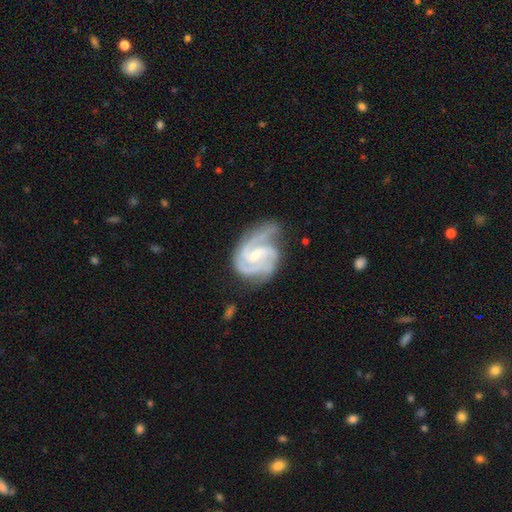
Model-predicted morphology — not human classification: Smooth or featured? Predicted: featured or disk (p=0.91). Edge-on disk? Predicted: no (p=0.98). Bar? Predicted: weak (p=0.51). Spiral arms? Predicted: yes (p=0.98). Spiral winding? Predicted: tight (p=0.48). Spiral arm count? Predicted: 3 (p=0.44). Bulge size? Predicted: small (p=0.55). Merging? Predicted: none (p=0.56).